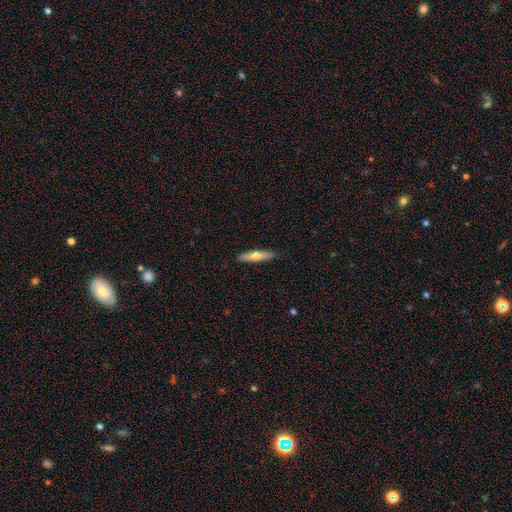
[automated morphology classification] smooth 64%, featured or disk 31%, star or artifact 6%. Down the decision tree: how rounded — cigar-shaped (81%); merging — none (87%).